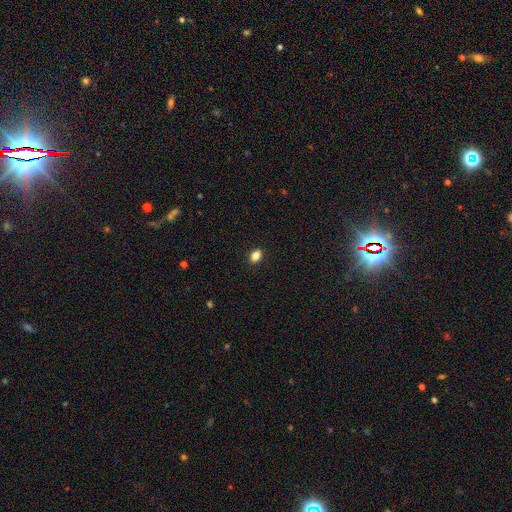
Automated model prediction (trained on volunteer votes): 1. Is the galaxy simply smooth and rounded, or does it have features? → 85% smooth, 10% star or artifact, 5% featured or disk.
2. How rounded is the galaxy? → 79% in between, 19% round, 2% cigar-shaped.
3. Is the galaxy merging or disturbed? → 90% none, 7% minor disturbance, 2% major disturbance, 1% merger.